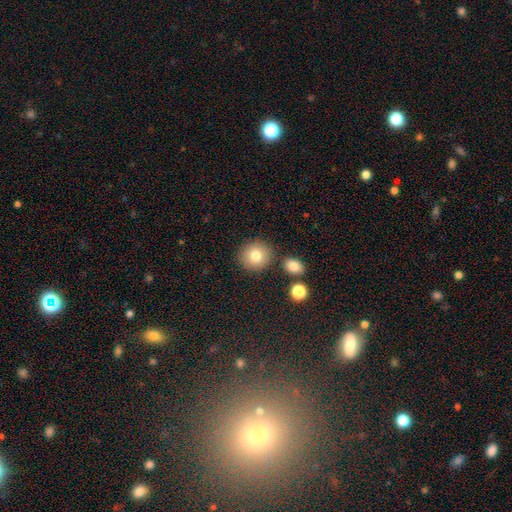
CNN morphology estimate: A smooth galaxy with no disk features (80%) that is round (89%).

Vote fractions:
- Smooth or featured? smooth: 80% / featured or disk: 10% / star or artifact: 10%
- How rounded? round: 89% / in between: 10% / cigar-shaped: 1%
- Merging? none: 83% / minor disturbance: 8% / merger: 6% / major disturbance: 3%